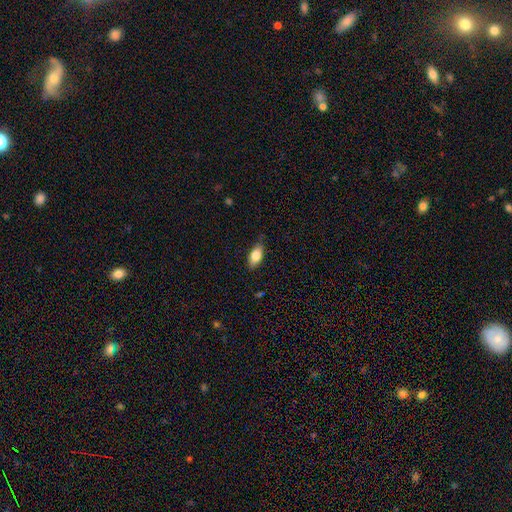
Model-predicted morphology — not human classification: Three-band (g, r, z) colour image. It shows a smooth galaxy with no disk features (81%) that is in between round and cigar-shaped (88%). Merging: none (78%).